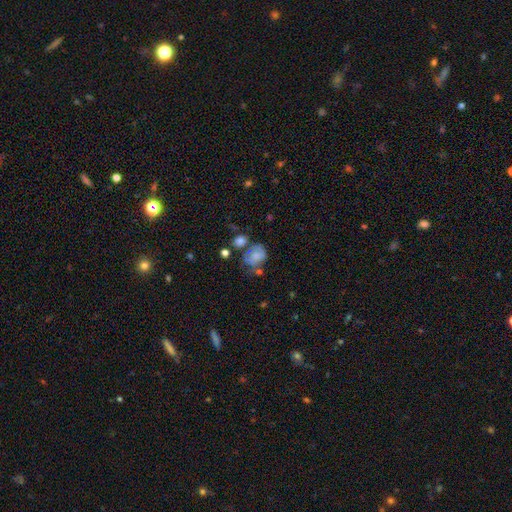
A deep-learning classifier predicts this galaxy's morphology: smooth 66%, featured or disk 24%, star or artifact 10%. Down the decision tree: how rounded — in between (55%); merging — none (37%).